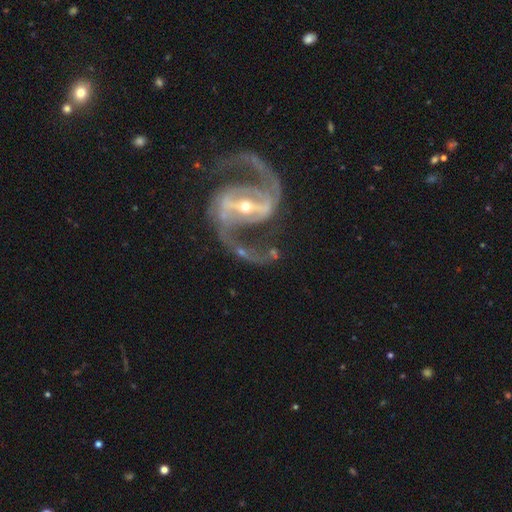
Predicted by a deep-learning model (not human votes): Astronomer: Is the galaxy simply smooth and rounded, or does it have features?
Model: featured or disk — 94%.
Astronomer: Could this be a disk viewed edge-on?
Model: no — 98%.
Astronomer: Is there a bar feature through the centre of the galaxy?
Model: strong — 70%.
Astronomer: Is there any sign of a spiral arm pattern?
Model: yes — 98%.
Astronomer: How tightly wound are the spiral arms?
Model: medium — 63%.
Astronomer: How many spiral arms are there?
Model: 2 — 94%.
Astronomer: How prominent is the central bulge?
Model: small — 61%.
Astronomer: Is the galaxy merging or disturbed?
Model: none — 78%.